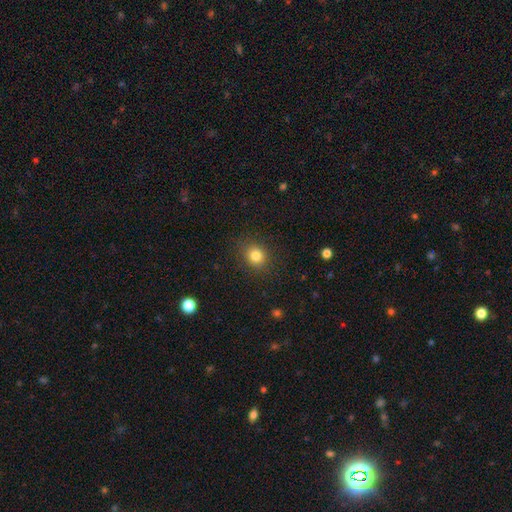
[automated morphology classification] This appears to be a smooth galaxy with no disk features (82%) that is round (72%). Merging: none (87%).